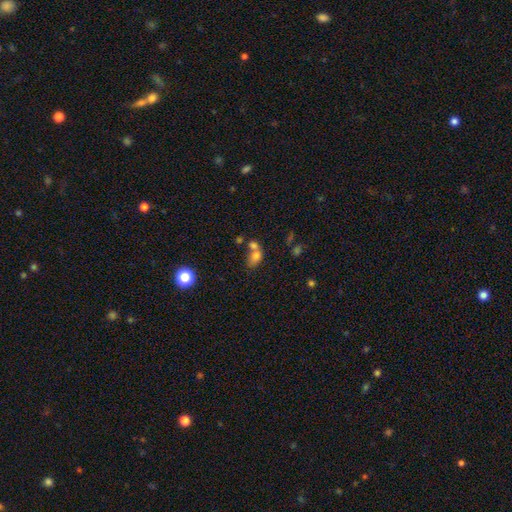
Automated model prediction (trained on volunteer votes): This appears to be a smooth galaxy with no disk features (73%) that is in between round and cigar-shaped (76%). Merging: merger (56%).